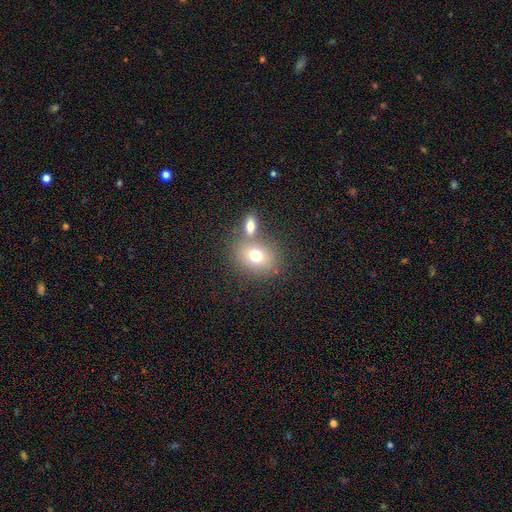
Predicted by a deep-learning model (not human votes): smooth 73%, featured or disk 16%, star or artifact 11%. Down the decision tree: how rounded — in between (52%); merging — none (54%).